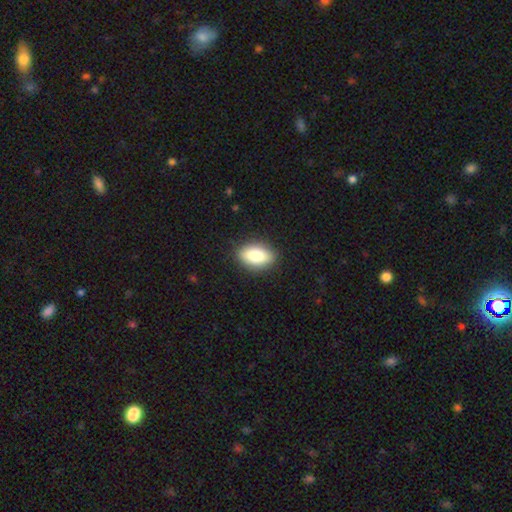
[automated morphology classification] Smooth or featured? Predicted: smooth (p=0.84). How rounded? Predicted: in between (p=0.89). Merging? Predicted: none (p=0.88).